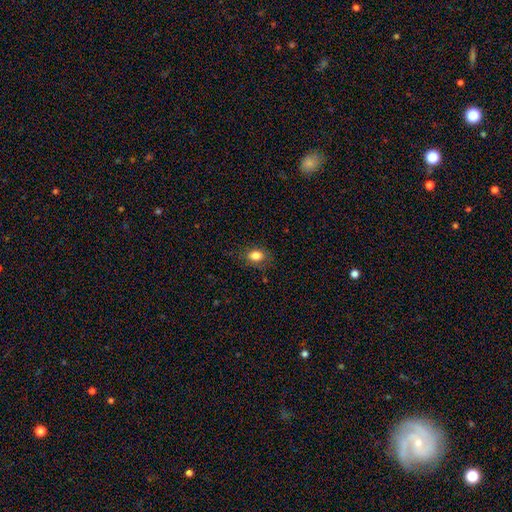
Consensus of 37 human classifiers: Overall: smooth (81%). How rounded: in between (77%). Merging: none (94%).